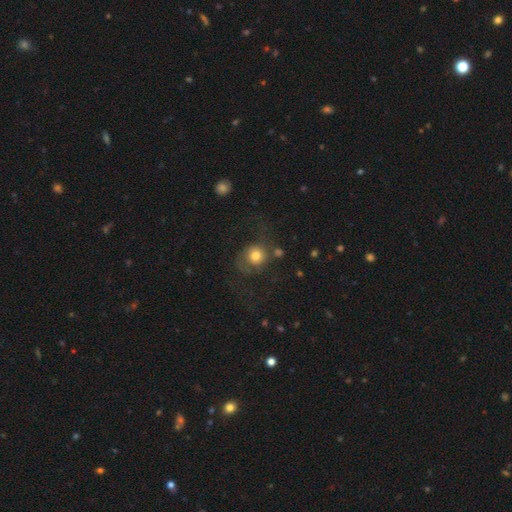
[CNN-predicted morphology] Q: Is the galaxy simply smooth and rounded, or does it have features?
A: smooth — 65%.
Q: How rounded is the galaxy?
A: round — 81%.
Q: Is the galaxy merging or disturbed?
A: none — 48%.